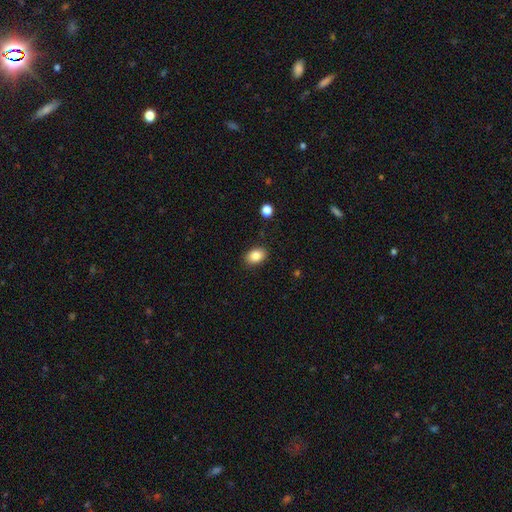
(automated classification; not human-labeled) Smooth or featured? smooth (85%)
How rounded? in between (79%)
Merging? none (87%)